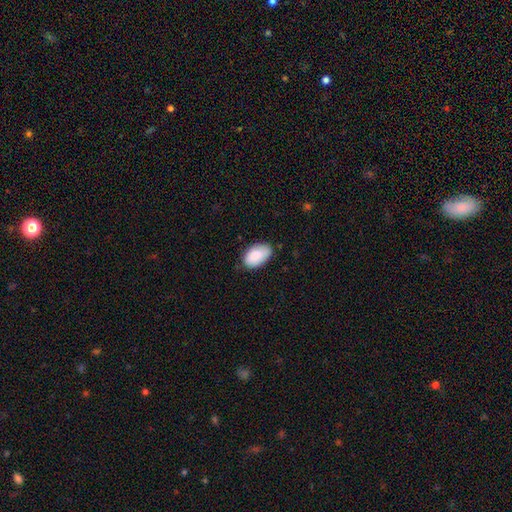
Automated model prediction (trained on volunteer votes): Smooth or featured? smooth (86%)
How rounded? in between (93%)
Merging? none (72%)